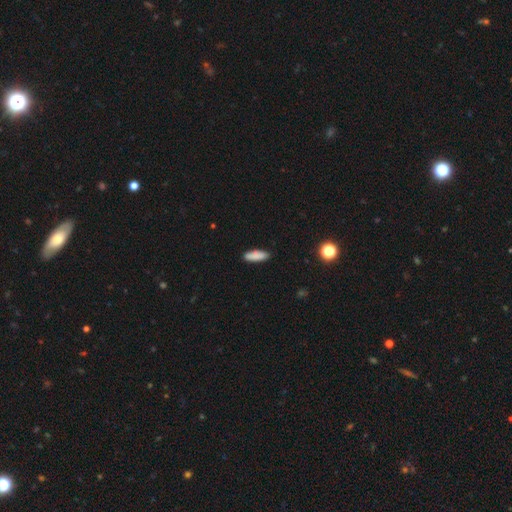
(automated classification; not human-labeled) Smooth or featured? smooth (87%)
How rounded? cigar-shaped (49%, tied with in between)
Merging? none (88%)